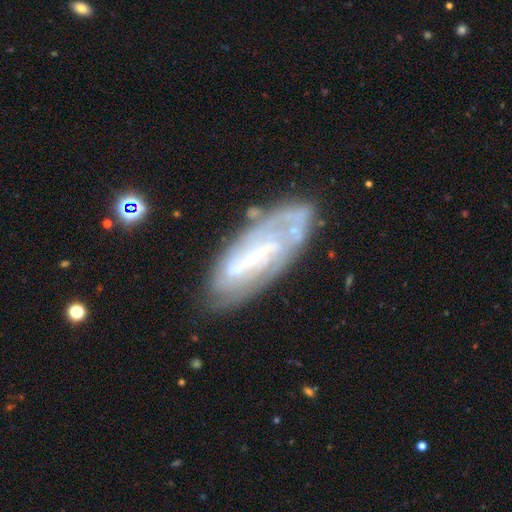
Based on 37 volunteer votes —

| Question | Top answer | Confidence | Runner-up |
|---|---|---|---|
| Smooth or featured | featured or disk | 95% | smooth (5%) |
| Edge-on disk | no | 80% | yes (20%) |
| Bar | strong | 71% | weak (25%) |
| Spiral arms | yes | 93% | no (7%) |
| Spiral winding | tight | 58% | medium (27%) |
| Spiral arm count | can't tell | 54% | 2 (42%) |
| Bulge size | small | 61% | moderate (18%) |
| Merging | none | 81% | minor disturbance (19%) |